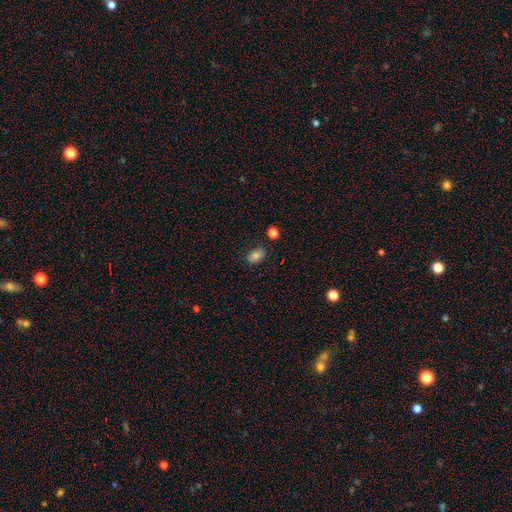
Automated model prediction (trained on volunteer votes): smooth-or-featured: smooth: 81% | star or artifact: 11% | featured or disk: 8%
  how-rounded: in between: 81% | round: 18% | cigar-shaped: 1%
  merging: none: 77% | minor disturbance: 17% | merger: 3% | major disturbance: 3%